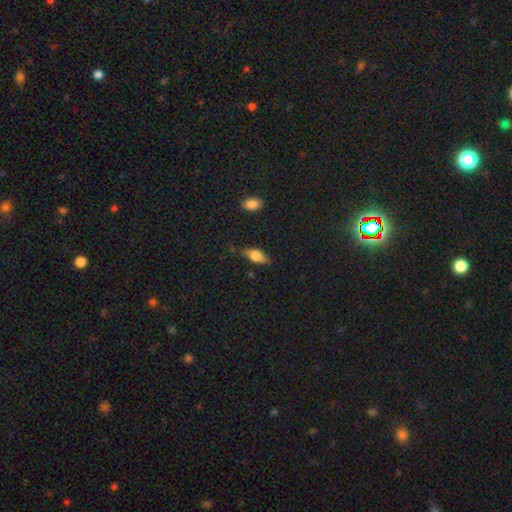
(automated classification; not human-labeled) A smooth galaxy with no disk features (64%) that is in between round and cigar-shaped (78%). Merging: none (75%).